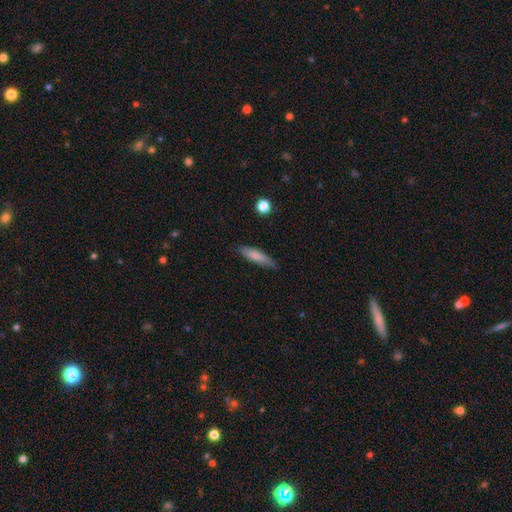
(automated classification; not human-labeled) Smooth or featured?
  - smooth: 78% *
  - featured or disk: 15%
  - star or artifact: 7%
How rounded?
  - cigar-shaped: 66% *
  - in between: 32%
  - round: 2%
Merging?
  - none: 75% *
  - minor disturbance: 19%
  - major disturbance: 4%
  - merger: 1%